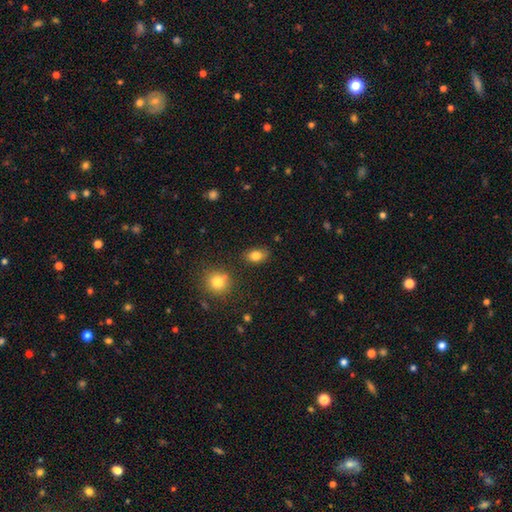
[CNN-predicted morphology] Smooth or featured?
  - smooth: 83% *
  - star or artifact: 10%
  - featured or disk: 8%
How rounded?
  - in between: 79% *
  - round: 19%
  - cigar-shaped: 2%
Merging?
  - none: 81% *
  - minor disturbance: 12%
  - merger: 3%
  - major disturbance: 3%